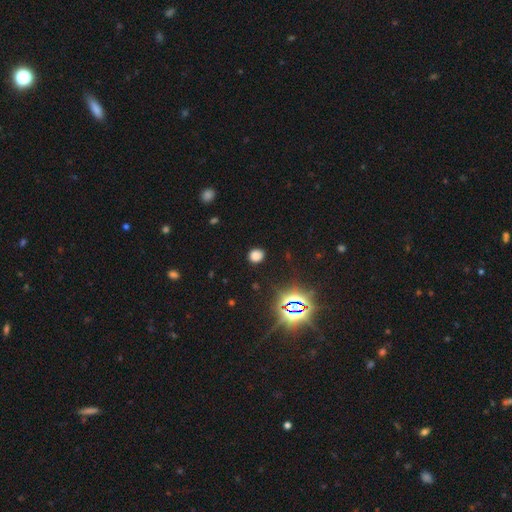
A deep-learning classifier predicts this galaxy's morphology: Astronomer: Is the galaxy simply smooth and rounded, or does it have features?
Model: smooth — 70%.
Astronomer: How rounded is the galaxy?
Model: round — 73%.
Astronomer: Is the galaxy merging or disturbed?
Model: none — 86%.